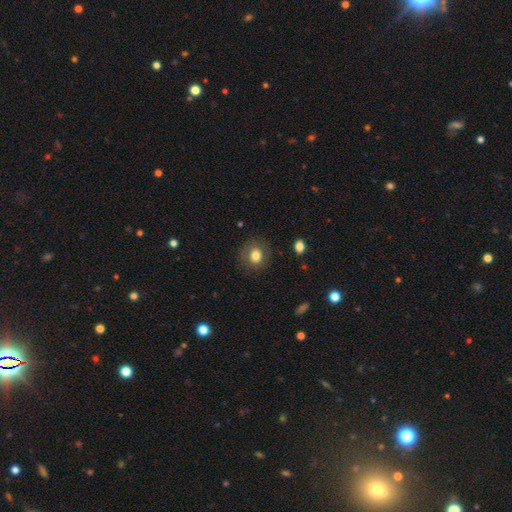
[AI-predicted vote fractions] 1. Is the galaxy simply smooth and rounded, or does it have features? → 78% smooth, 13% featured or disk, 10% star or artifact.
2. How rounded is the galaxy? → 71% round, 28% in between, 1% cigar-shaped.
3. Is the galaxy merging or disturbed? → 83% none, 11% minor disturbance, 4% major disturbance, 1% merger.